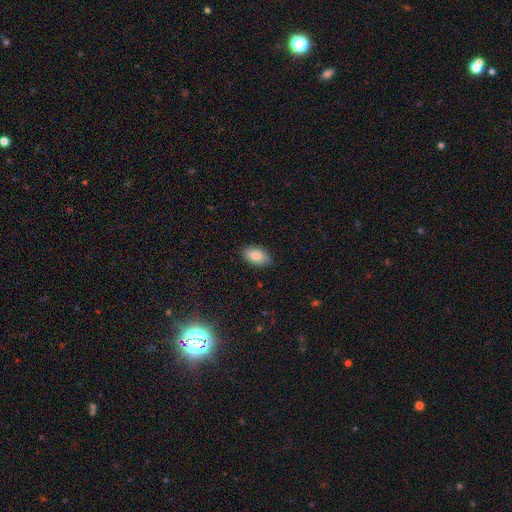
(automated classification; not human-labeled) This is clearly a smooth galaxy (84%). How rounded: clearly in between (93%). Merging: clearly none (85%).